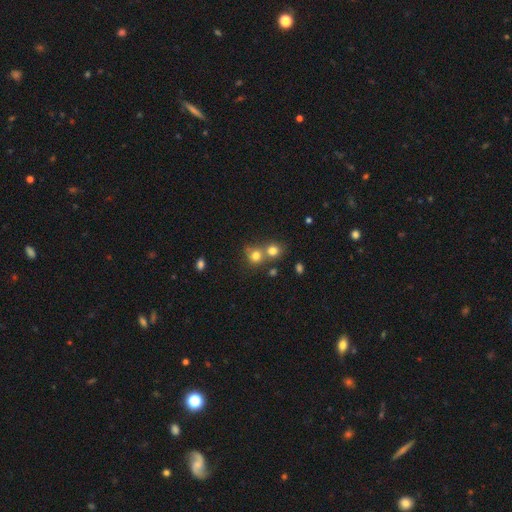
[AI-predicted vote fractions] Overall: smooth (76%). How rounded: round (85%). Merging: none (46%; merger 44%).